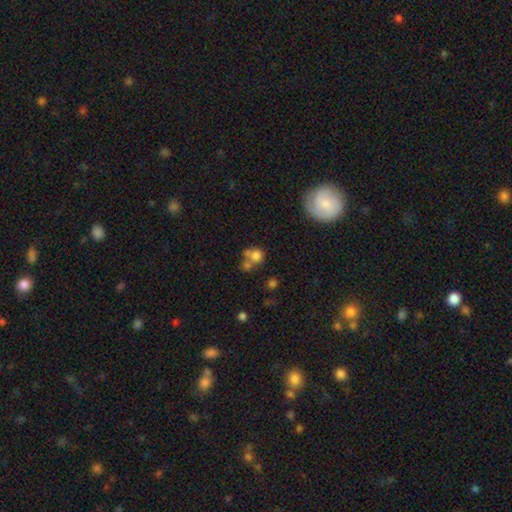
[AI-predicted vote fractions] smooth 72%, featured or disk 15%, star or artifact 13%. Down the decision tree: how rounded — round (77%); merging — merger (44%).